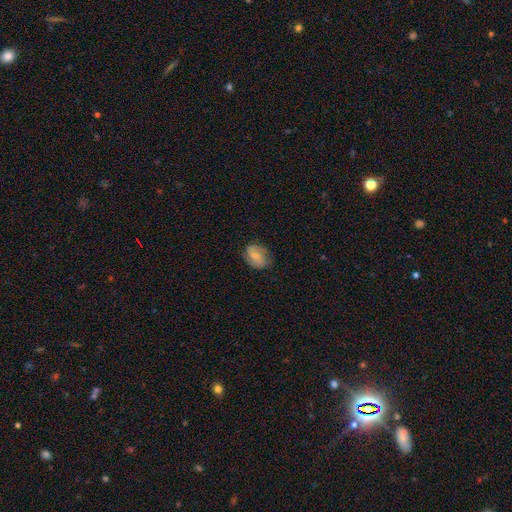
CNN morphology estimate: Q: Smooth or featured?
A: smooth (57%); runner-up: featured or disk (36%)
Q: How rounded?
A: in between (64%); runner-up: round (35%)
Q: Merging?
A: none (69%); runner-up: minor disturbance (22%)